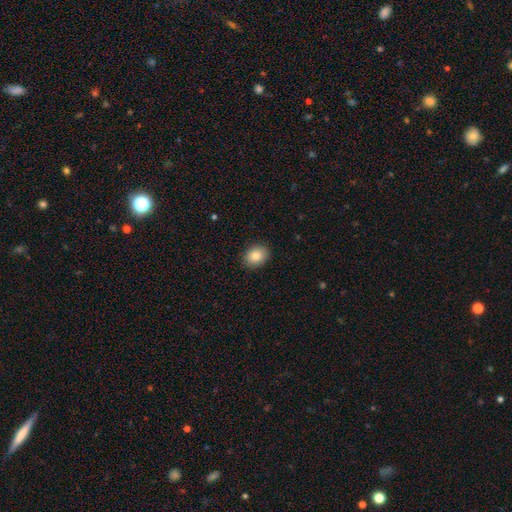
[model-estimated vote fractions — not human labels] smooth_or_featured: smooth (p=0.85) [alt: star or artifact p=0.08]
how_rounded: in between (p=0.60) [alt: round p=0.39]
merging: none (p=0.89) [alt: minor disturbance p=0.08]